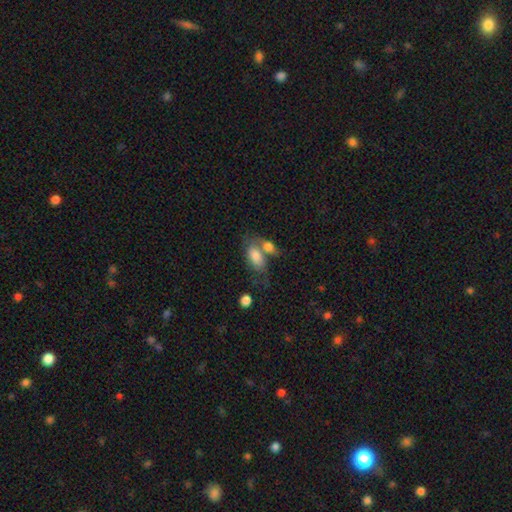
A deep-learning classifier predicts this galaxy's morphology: The model was most divided on "merging": merger: 46%, none: 33%, minor disturbance: 14%, major disturbance: 7%. More confident: how rounded — in between (90%); smooth or featured — smooth (80%).